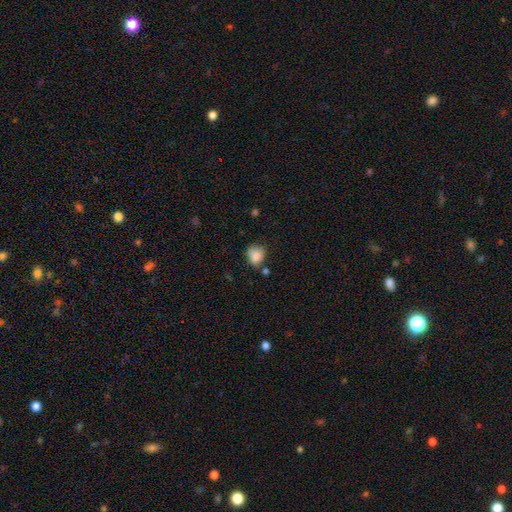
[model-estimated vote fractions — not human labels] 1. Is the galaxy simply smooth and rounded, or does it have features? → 83% smooth, 9% star or artifact, 8% featured or disk.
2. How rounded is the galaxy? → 63% round, 36% in between, 1% cigar-shaped.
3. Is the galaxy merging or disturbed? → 56% none, 28% minor disturbance, 9% merger, 7% major disturbance.